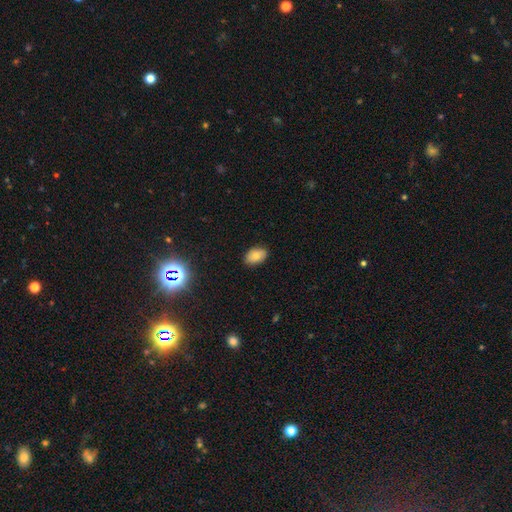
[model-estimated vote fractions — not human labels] Q: Smooth or featured?
A: smooth (79%); runner-up: featured or disk (12%)
Q: How rounded?
A: in between (89%); runner-up: round (9%)
Q: Merging?
A: none (85%); runner-up: minor disturbance (12%)